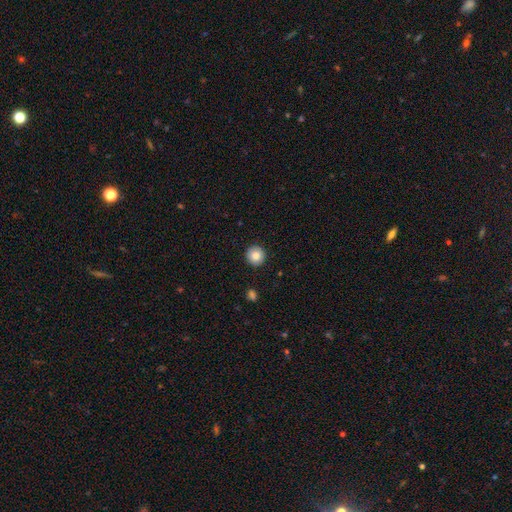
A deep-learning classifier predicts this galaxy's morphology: Smooth or featured? Predicted: smooth (p=0.85). How rounded? Predicted: round (p=0.95). Merging? Predicted: none (p=0.92).